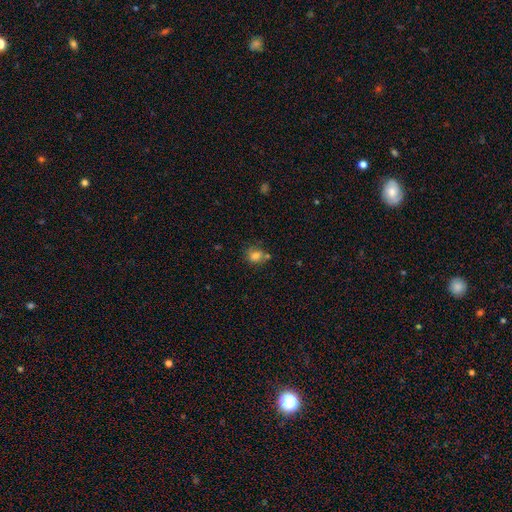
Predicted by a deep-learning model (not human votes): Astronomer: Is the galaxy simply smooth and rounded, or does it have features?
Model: smooth — 79%.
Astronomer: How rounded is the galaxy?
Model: round — 62%.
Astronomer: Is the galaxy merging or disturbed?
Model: none — 56%.